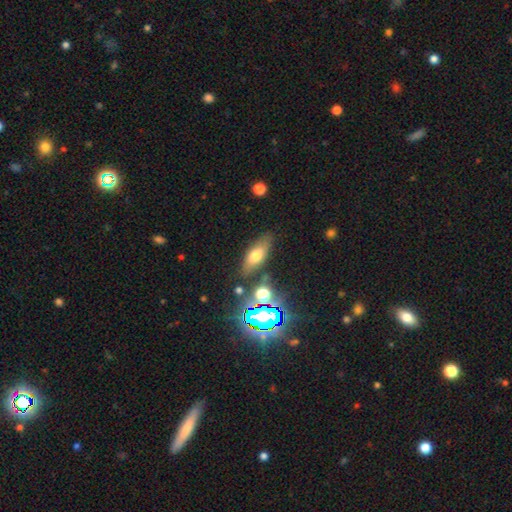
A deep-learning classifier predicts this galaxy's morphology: A smooth galaxy with no disk features (63%) that is in between round and cigar-shaped (69%).

Vote fractions:
- Smooth or featured? smooth: 63% / featured or disk: 22% / star or artifact: 15%
- How rounded? in between: 69% / cigar-shaped: 26% / round: 6%
- Merging? none: 77% / minor disturbance: 13% / merger: 5% / major disturbance: 4%